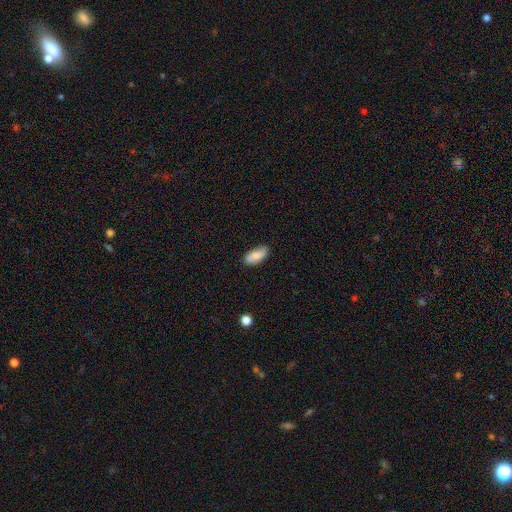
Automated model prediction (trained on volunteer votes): A smooth galaxy with no disk features (82%) that is in between round and cigar-shaped (87%).

Vote fractions:
- Smooth or featured? smooth: 82% / featured or disk: 11% / star or artifact: 7%
- How rounded? in between: 87% / cigar-shaped: 11% / round: 2%
- Merging? none: 78% / minor disturbance: 18% / major disturbance: 3% / merger: 2%